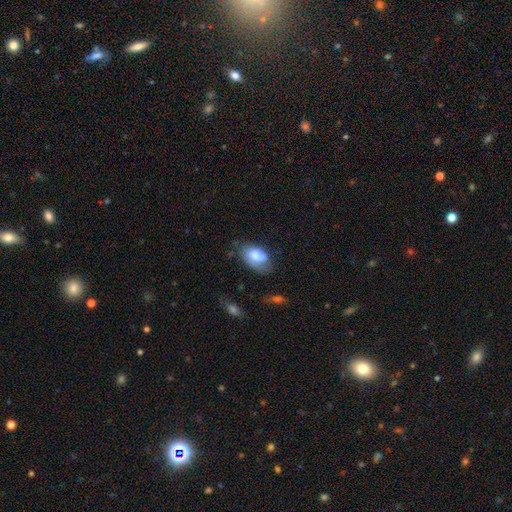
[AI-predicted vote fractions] smooth_or_featured: smooth (p=0.62) [alt: featured or disk p=0.31]
how_rounded: in between (p=0.90) [alt: round p=0.08]
merging: none (p=0.49) [alt: minor disturbance p=0.32]